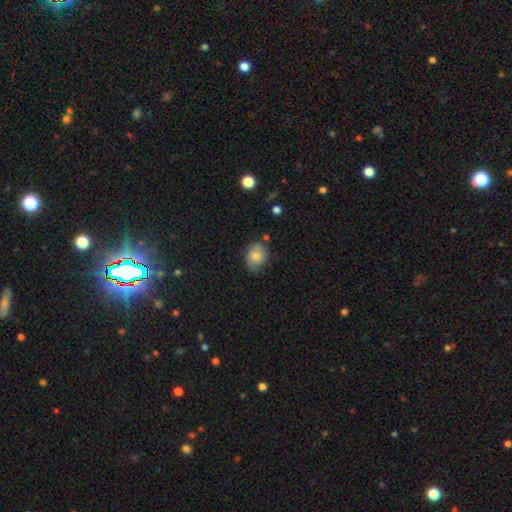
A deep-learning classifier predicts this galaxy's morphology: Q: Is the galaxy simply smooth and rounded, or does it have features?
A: smooth — 70%.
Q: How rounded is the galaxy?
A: round — 54%.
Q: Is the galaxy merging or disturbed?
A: none — 65%.